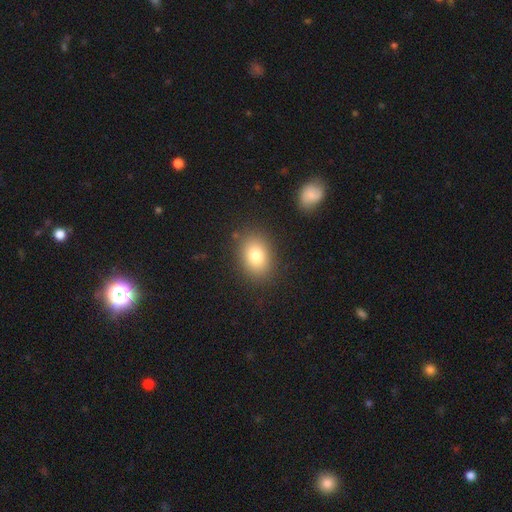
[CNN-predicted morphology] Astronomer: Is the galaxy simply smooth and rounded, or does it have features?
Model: smooth — 79%.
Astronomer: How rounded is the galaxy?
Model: in between — 67%.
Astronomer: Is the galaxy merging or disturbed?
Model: none — 85%.